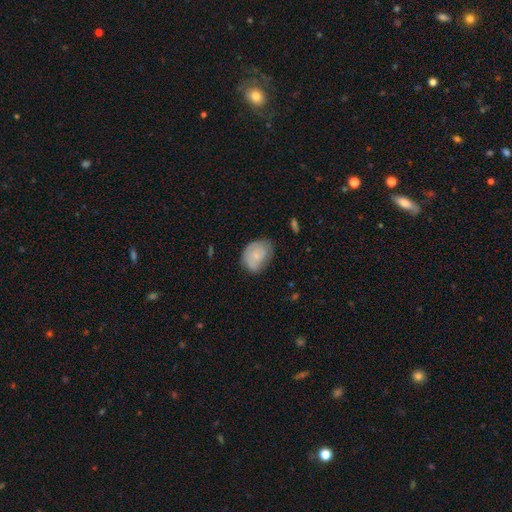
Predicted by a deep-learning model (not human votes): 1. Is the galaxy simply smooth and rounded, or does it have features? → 71% smooth, 21% featured or disk, 7% star or artifact.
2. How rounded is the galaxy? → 68% in between, 31% round, 1% cigar-shaped.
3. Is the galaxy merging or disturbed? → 56% none, 32% minor disturbance, 10% major disturbance, 2% merger.